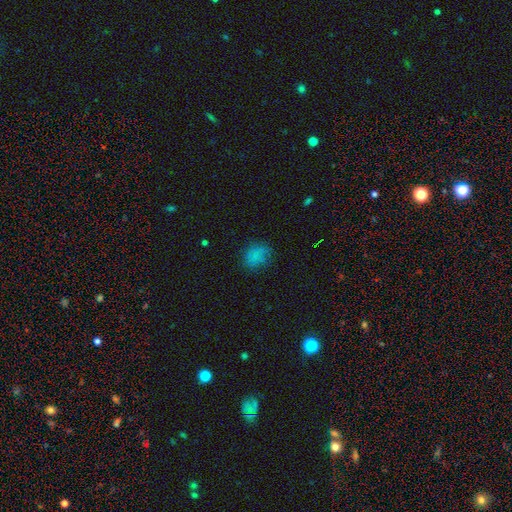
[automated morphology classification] Smooth or featured?
  - smooth: 74% *
  - star or artifact: 16%
  - featured or disk: 10%
How rounded?
  - round: 50% *
  - in between: 48%
  - cigar-shaped: 2%
Merging?
  - none: 62% *
  - minor disturbance: 23%
  - major disturbance: 12%
  - merger: 2%